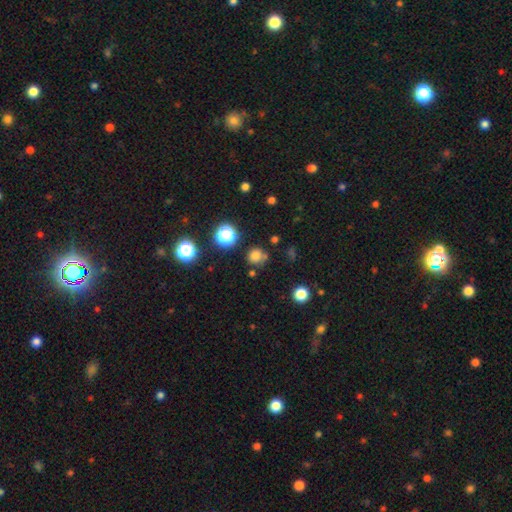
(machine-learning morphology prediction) Smooth or featured: smooth — 72% (star or artifact — 21%)
How rounded: round — 87% (in between — 12%)
Merging: none — 71% (minor disturbance — 15%)